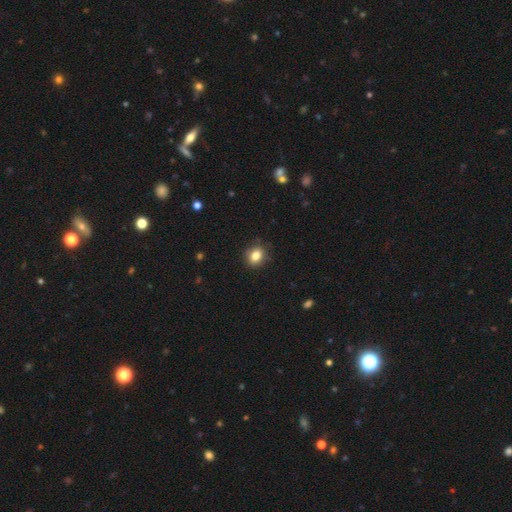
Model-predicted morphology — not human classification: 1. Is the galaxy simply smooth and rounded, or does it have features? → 84% smooth, 10% star or artifact, 6% featured or disk.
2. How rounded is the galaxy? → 51% round, 48% in between, 1% cigar-shaped.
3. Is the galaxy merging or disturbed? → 86% none, 11% minor disturbance, 2% major disturbance, 1% merger.